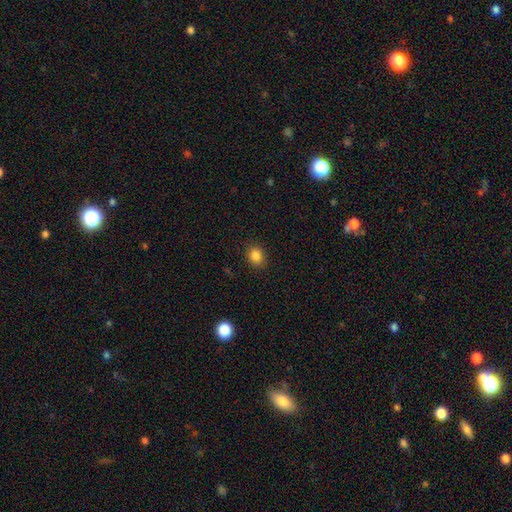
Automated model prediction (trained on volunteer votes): Morphology: type=smooth (85%); roundness=round (63%); merging=none (89%).